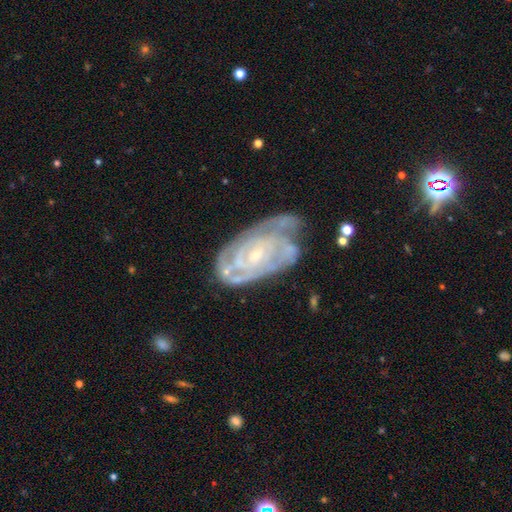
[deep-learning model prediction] A featured or disk galaxy (85%) with no bar (64%), tight (74%) spiral arms (92%) and a small central bulge (72%). Merging: none (59%).